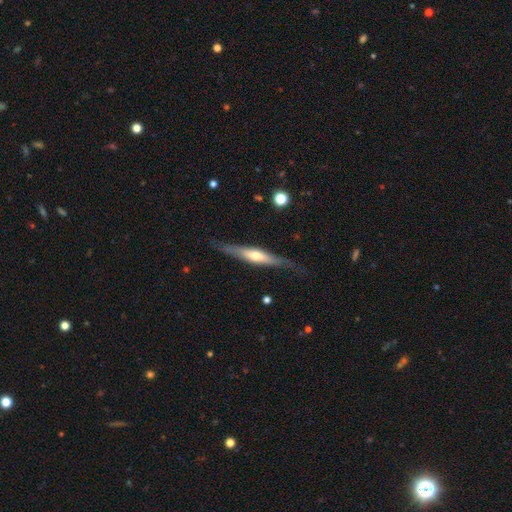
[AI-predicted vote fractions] Q: Smooth or featured?
A: featured or disk (63%); runner-up: smooth (32%)
Q: Edge-on disk?
A: yes (92%); runner-up: no (8%)
Q: Edge-on bulge?
A: rounded (80%); runner-up: none (11%)
Q: Merging?
A: none (79%); runner-up: minor disturbance (15%)